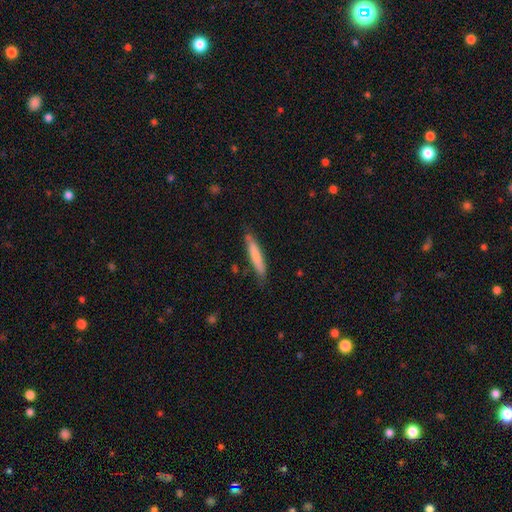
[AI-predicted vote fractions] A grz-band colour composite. It shows a smooth galaxy with no disk features (70%) that is cigar-shaped (92%). Merging: none (78%).